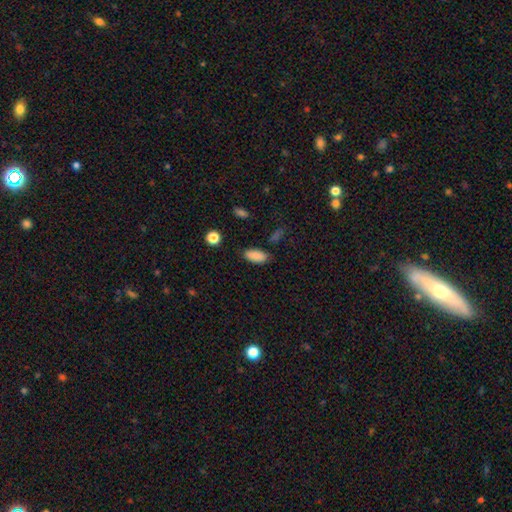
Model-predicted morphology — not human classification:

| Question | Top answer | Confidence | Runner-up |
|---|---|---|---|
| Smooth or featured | smooth | 86% | star or artifact (8%) |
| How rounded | in between | 92% | cigar-shaped (5%) |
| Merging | none | 82% | minor disturbance (13%) |